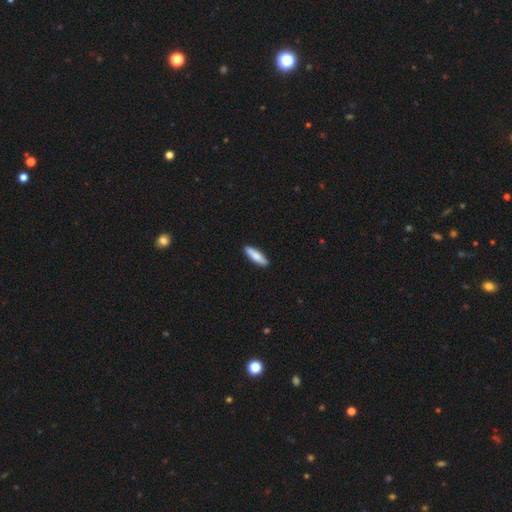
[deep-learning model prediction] Smooth or featured? smooth (77%)
How rounded? cigar-shaped (71%)
Merging? none (90%)